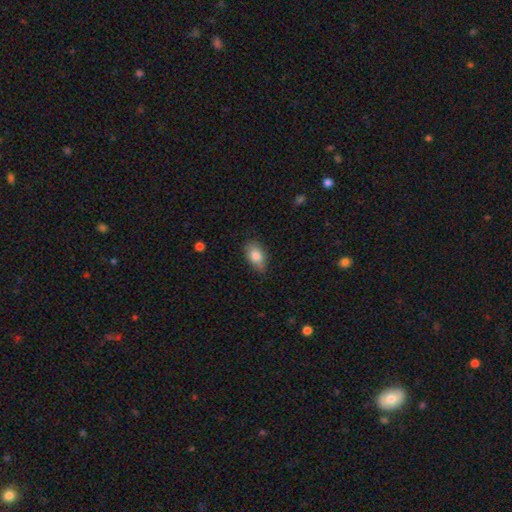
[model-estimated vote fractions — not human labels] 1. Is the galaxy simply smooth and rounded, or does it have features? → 83% smooth, 10% featured or disk, 7% star or artifact.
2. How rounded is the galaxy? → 88% in between, 9% round, 2% cigar-shaped.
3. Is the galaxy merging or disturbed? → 75% none, 20% minor disturbance, 3% major disturbance, 1% merger.